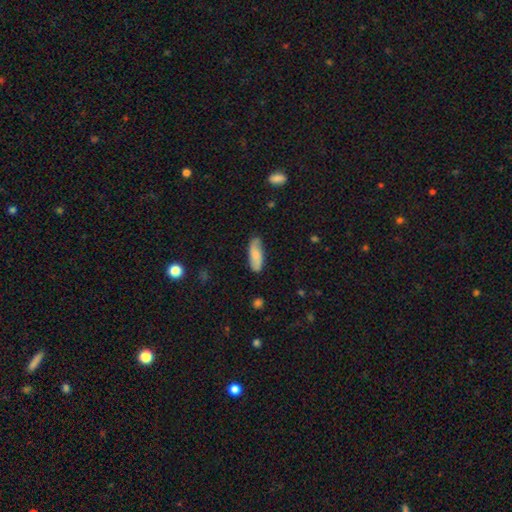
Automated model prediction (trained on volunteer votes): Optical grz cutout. It shows a smooth galaxy with no disk features (72%) that is in between round and cigar-shaped (67%). Merging: none (76%).